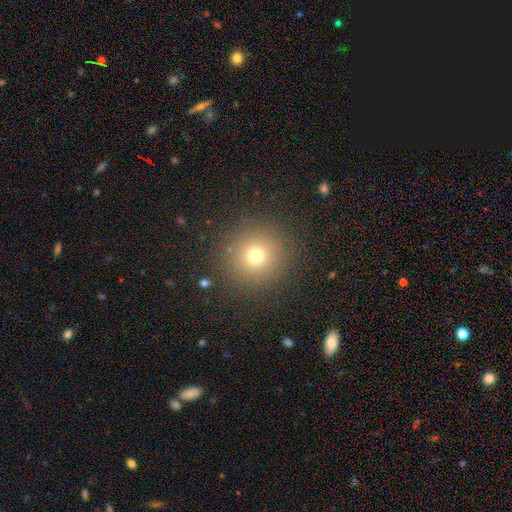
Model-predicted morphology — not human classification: Smooth or featured? smooth (71%)
How rounded? round (95%)
Merging? none (89%)